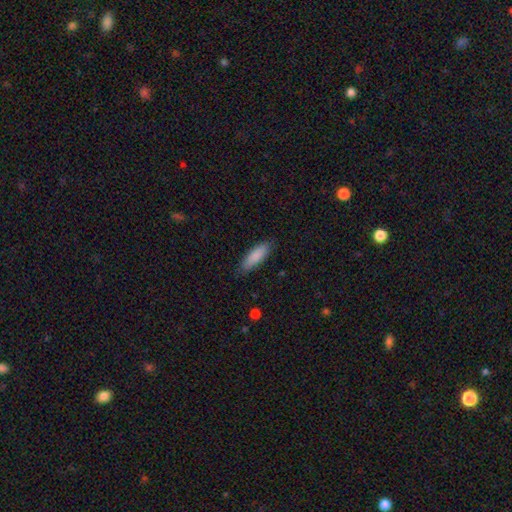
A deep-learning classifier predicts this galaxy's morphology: smooth_or_featured: smooth (p=0.86) [alt: featured or disk p=0.08]
how_rounded: in between (p=0.50) [alt: cigar-shaped p=0.48]
merging: none (p=0.84) [alt: minor disturbance p=0.12]